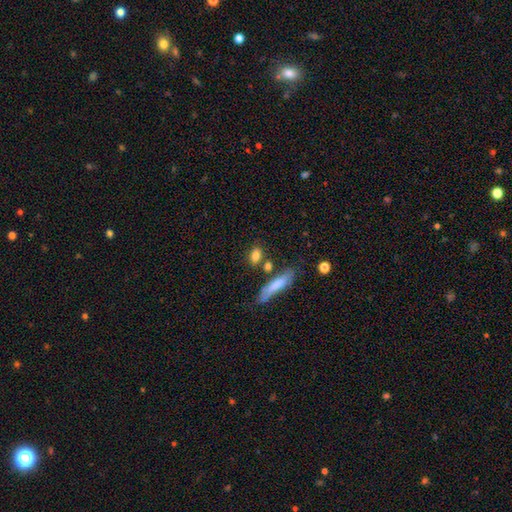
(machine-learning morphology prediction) The model was most divided on "how rounded": in between: 63%, cigar-shaped: 23%, round: 13%. More confident: smooth or featured — smooth (80%); merging — none (67%).